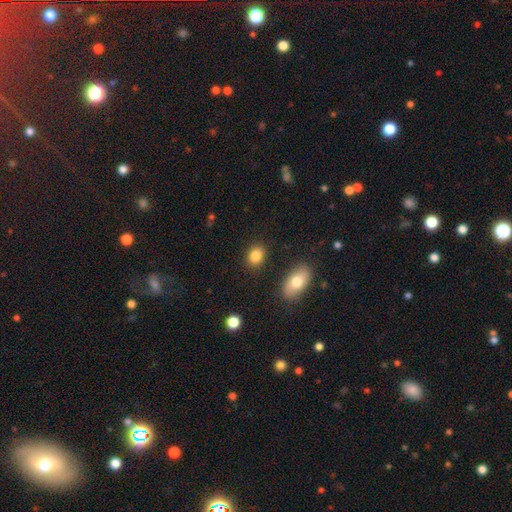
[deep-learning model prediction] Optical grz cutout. It shows a smooth galaxy with no disk features (85%) that is in between round and cigar-shaped (64%). Merging: none (86%).